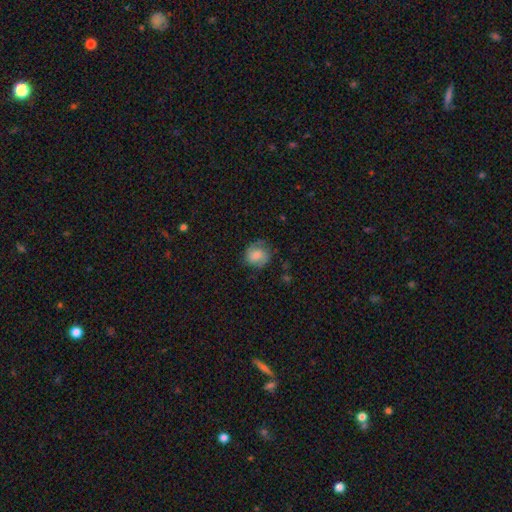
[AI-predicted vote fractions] Morphology: type=smooth (63%); roundness=round (72%); merging=none (66%).